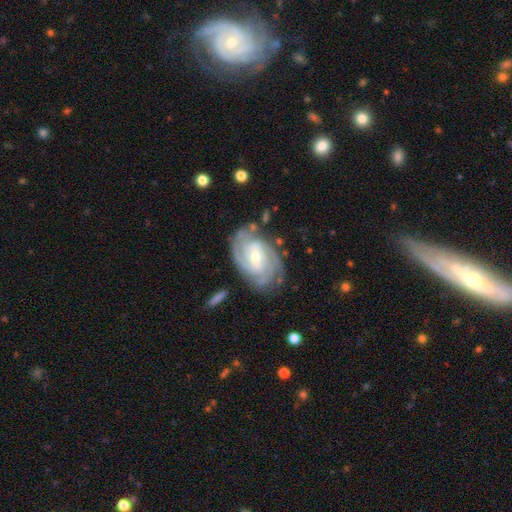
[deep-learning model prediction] This appears to be a featured or disk galaxy (89%) with a weak bar (44%), 2 (32%) tight (68%) spiral arms (97%) and a small central bulge (56%). Merging: none (76%).